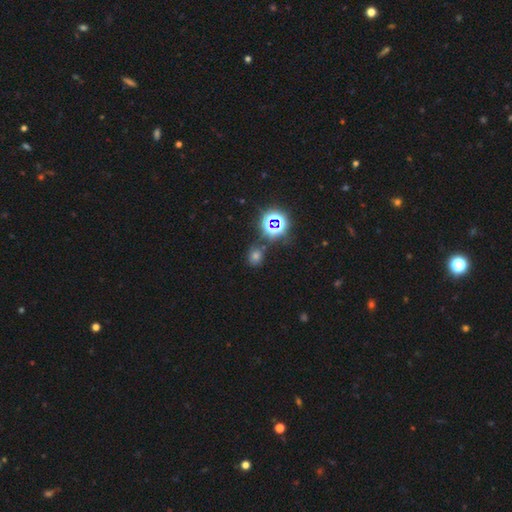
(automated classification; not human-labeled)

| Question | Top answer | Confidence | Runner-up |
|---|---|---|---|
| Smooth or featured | smooth | 46% | star or artifact (45%) |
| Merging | none | 81% | minor disturbance (9%) |